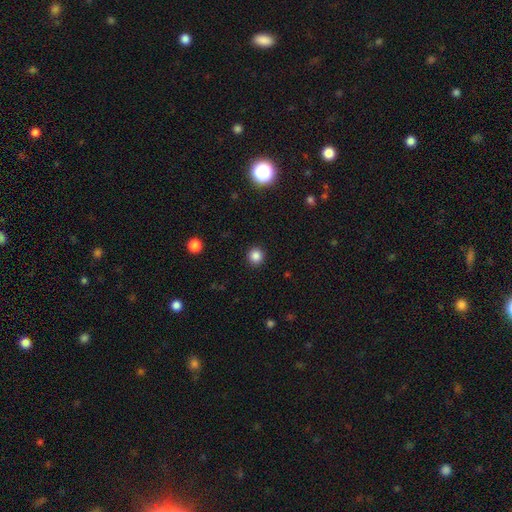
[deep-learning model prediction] Q: Smooth or featured?
A: smooth (85%); runner-up: star or artifact (12%)
Q: How rounded?
A: round (93%); runner-up: in between (6%)
Q: Merging?
A: none (92%); runner-up: minor disturbance (5%)